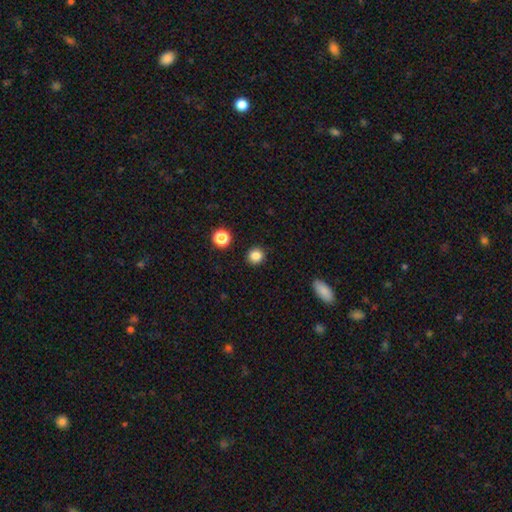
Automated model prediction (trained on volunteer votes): The model was most divided on "smooth or featured": smooth: 84%, star or artifact: 12%, featured or disk: 4%. More confident: merging — none (92%); how rounded — round (91%).